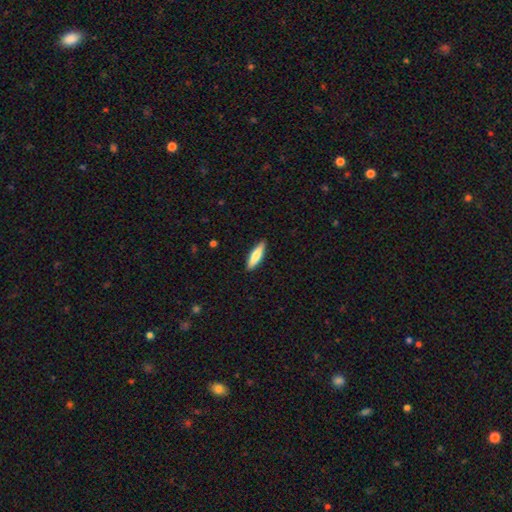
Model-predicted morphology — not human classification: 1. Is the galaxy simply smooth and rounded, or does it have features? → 79% smooth, 16% featured or disk, 5% star or artifact.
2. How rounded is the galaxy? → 67% cigar-shaped, 32% in between, 2% round.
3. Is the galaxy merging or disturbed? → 89% none, 8% minor disturbance, 2% major disturbance, 1% merger.